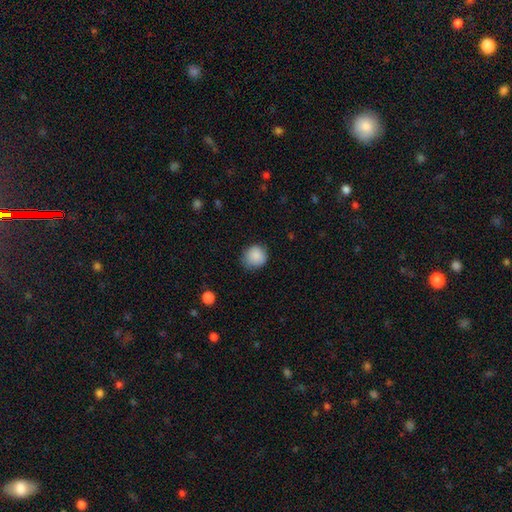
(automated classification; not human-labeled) Smooth or featured?
  - smooth: 86% *
  - star or artifact: 8%
  - featured or disk: 6%
How rounded?
  - round: 83% *
  - in between: 16%
  - cigar-shaped: 1%
Merging?
  - none: 73% *
  - minor disturbance: 22%
  - major disturbance: 4%
  - merger: 1%